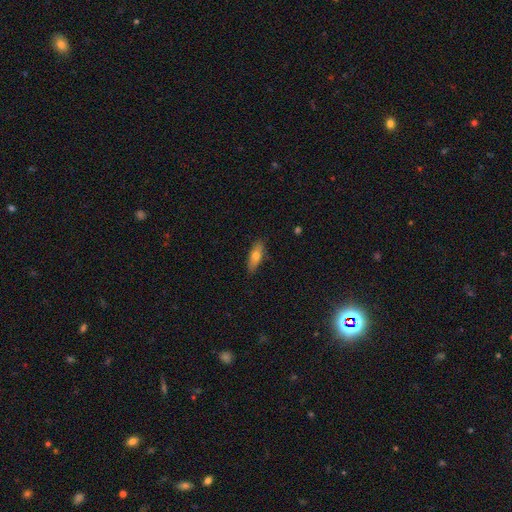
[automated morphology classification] type=smooth (70%); roundness=in between (63%); merging=none (83%).